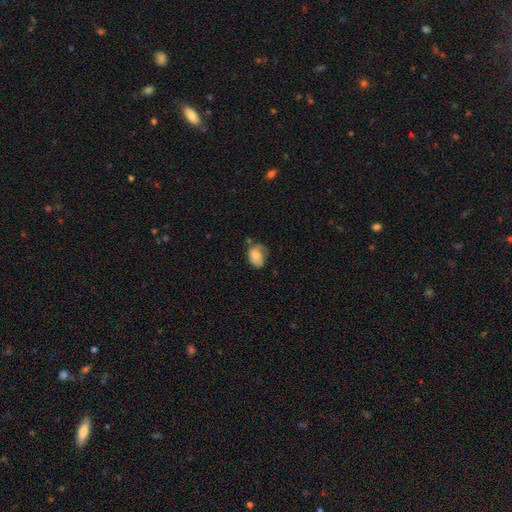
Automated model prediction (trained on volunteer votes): Smooth or featured? Predicted: smooth (p=0.72). How rounded? Predicted: in between (p=0.77). Merging? Predicted: minor disturbance (p=0.38).